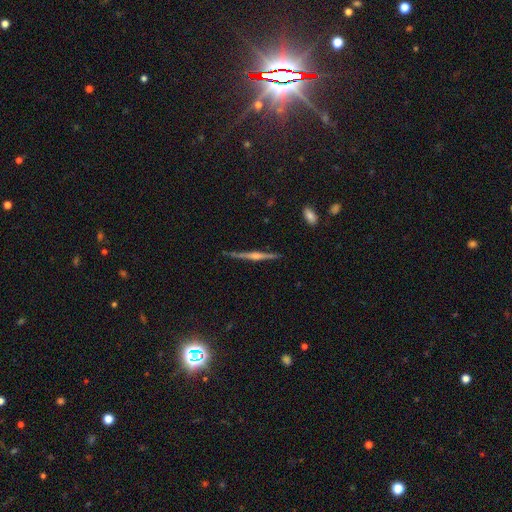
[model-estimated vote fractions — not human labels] Smooth or featured?
  - featured or disk: 80% *
  - smooth: 12%
  - star or artifact: 7%
Edge-on disk?
  - yes: 98% *
  - no: 2%
Edge-on bulge?
  - rounded: 81% *
  - boxy: 11%
  - none: 8%
Merging?
  - none: 87% *
  - minor disturbance: 9%
  - major disturbance: 2%
  - merger: 2%